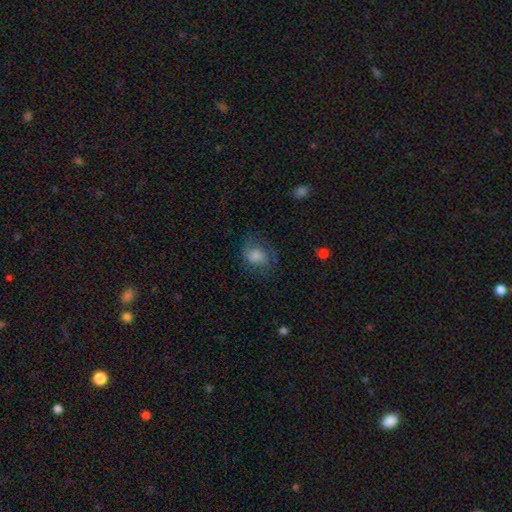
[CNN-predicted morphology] Smooth or featured? Predicted: smooth (p=0.55). How rounded? Predicted: round (p=0.51). Merging? Predicted: none (p=0.60).